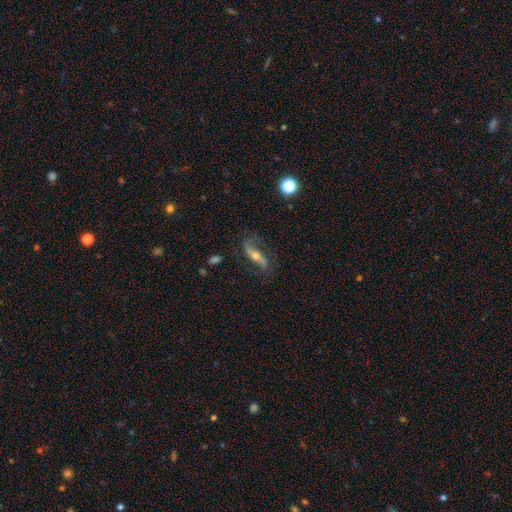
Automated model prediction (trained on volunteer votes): This is likely a featured or disk galaxy (74%). It is likely not viewed edge-on (77%). Bar: marginally strong (39%). Spiral arm pattern: clearly yes (88%). Spiral arm count: clearly 2 (88%). Spiral winding: likely loose (63%). Central bulge: possibly moderate (54%). Merging: likely none (71%).